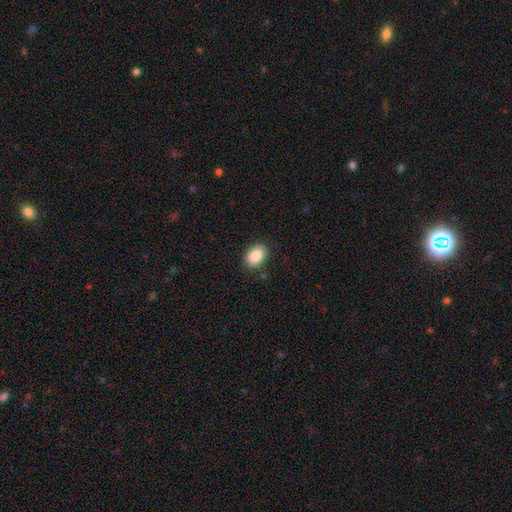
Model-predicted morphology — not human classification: This is clearly a smooth galaxy (88%). How rounded: clearly in between (81%). Merging: clearly none (87%).